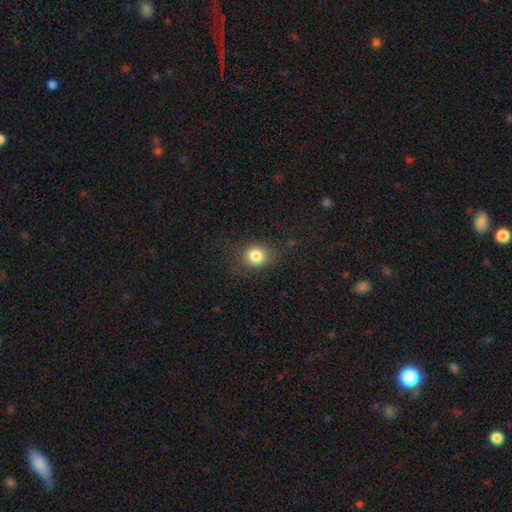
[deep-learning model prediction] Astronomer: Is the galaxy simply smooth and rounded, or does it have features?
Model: smooth — 82%.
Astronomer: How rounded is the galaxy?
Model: round — 74%.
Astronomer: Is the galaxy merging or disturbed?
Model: none — 79%.